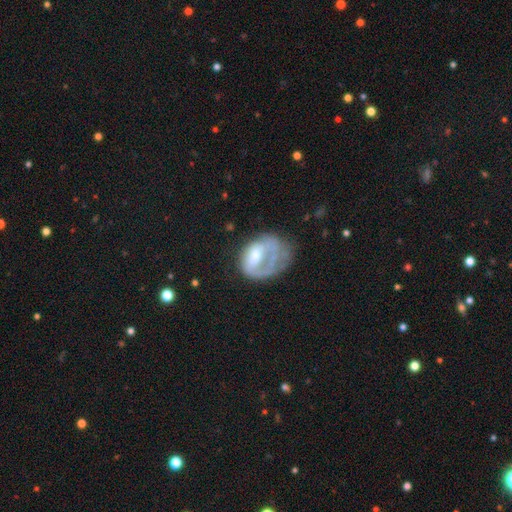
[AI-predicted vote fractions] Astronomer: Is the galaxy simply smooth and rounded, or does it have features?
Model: featured or disk — 53% (runner-up: smooth, 39%).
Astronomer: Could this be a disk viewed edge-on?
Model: no — 97%.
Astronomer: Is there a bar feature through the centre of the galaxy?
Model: no — 63%.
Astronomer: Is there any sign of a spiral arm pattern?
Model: no — 62% (runner-up: yes, 38%).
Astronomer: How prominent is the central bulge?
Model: moderate — 51% (runner-up: small, 29%).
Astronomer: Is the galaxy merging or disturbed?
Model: major disturbance — 43% (runner-up: none, 29%).